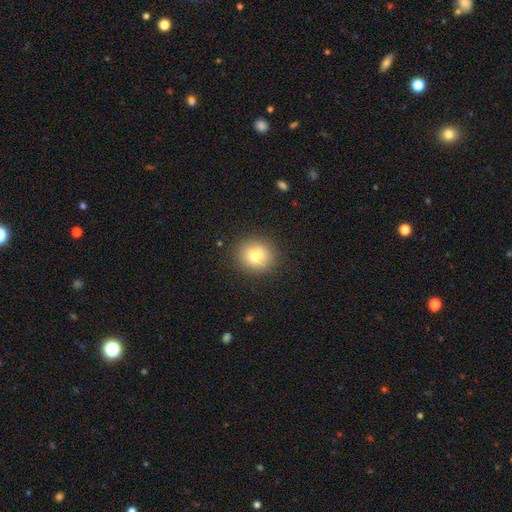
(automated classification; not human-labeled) smooth_or_featured: smooth (p=0.80) [alt: star or artifact p=0.10]
how_rounded: round (p=0.83) [alt: in between p=0.16]
merging: none (p=0.89) [alt: minor disturbance p=0.08]